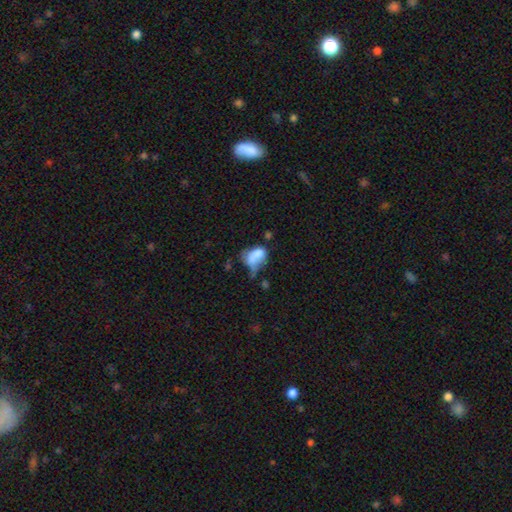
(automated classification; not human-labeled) A smooth galaxy with no disk features (69%) that is in between round and cigar-shaped (80%).

Vote fractions:
- Smooth or featured? smooth: 69% / featured or disk: 21% / star or artifact: 11%
- How rounded? in between: 80% / round: 18% / cigar-shaped: 2%
- Merging? major disturbance: 29% / merger: 27% / minor disturbance: 24% / none: 20%